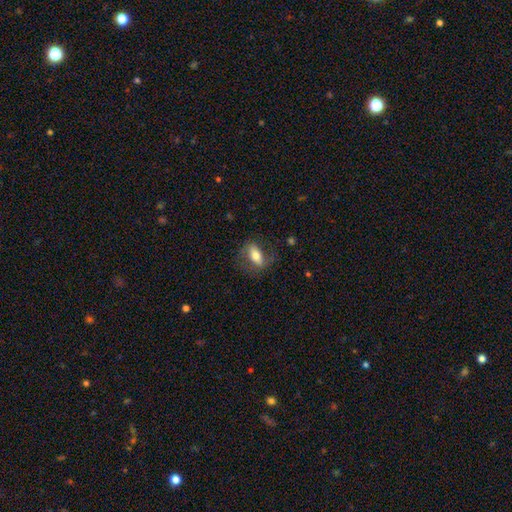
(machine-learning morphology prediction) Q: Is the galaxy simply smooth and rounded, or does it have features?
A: smooth — 57%.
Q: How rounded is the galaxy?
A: in between — 77%.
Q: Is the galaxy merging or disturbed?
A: none — 70%.